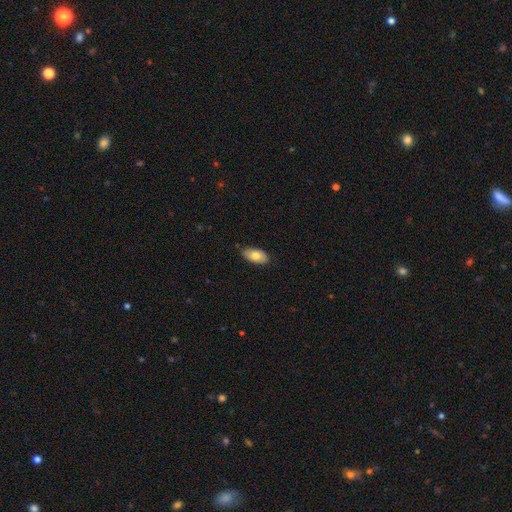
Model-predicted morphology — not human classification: Overall: smooth (75%). How rounded: in between (93%). Merging: none (79%).